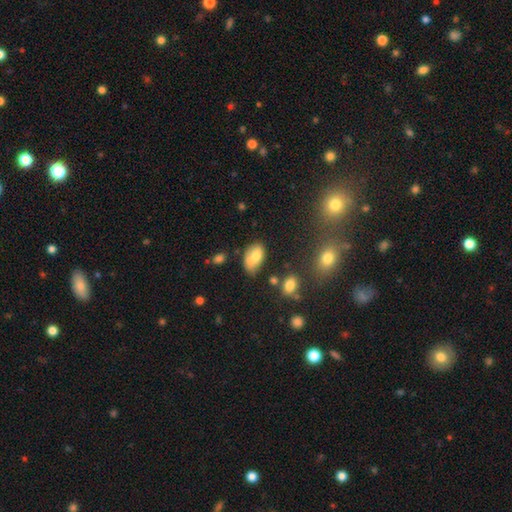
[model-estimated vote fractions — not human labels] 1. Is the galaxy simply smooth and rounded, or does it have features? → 71% smooth, 20% featured or disk, 9% star or artifact.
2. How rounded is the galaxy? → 91% in between, 7% round, 2% cigar-shaped.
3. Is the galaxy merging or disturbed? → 44% none, 31% minor disturbance, 14% merger, 12% major disturbance.